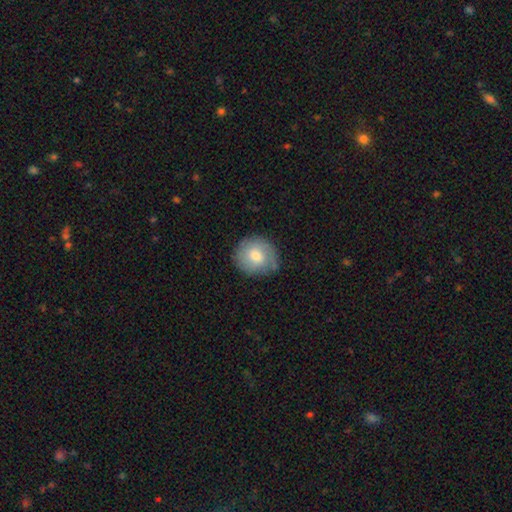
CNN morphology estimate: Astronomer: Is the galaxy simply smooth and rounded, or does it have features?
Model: smooth — 61%.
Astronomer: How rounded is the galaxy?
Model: round — 87%.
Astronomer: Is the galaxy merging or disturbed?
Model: none — 72%.